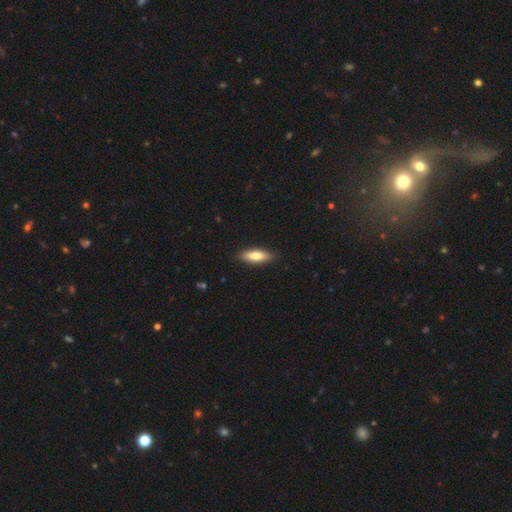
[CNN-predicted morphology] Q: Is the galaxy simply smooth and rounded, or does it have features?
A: smooth — 71%.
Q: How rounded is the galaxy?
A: in between — 56%.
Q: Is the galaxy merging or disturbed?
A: none — 89%.